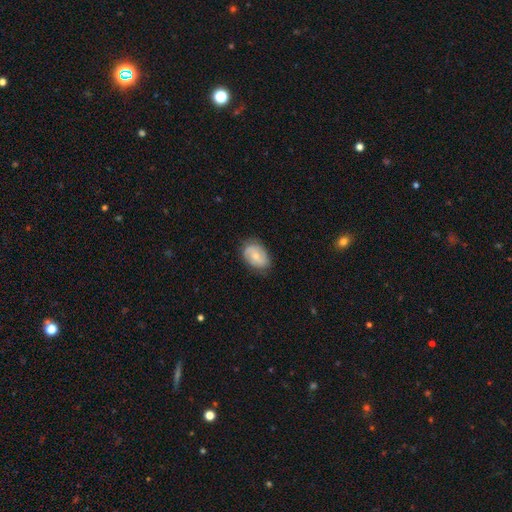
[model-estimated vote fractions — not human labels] Morphology: type=smooth (56%); roundness=in between (80%); merging=none (72%).